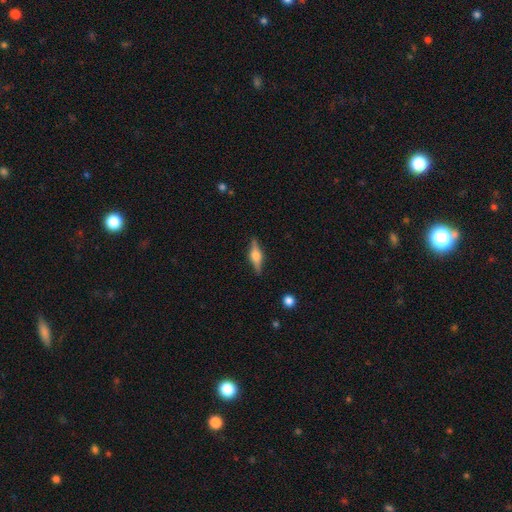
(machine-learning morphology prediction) This appears to be a featured or disk galaxy (69%) viewed edge-on (96%) with a rounded central bulge (90%). Merging: none (88%).